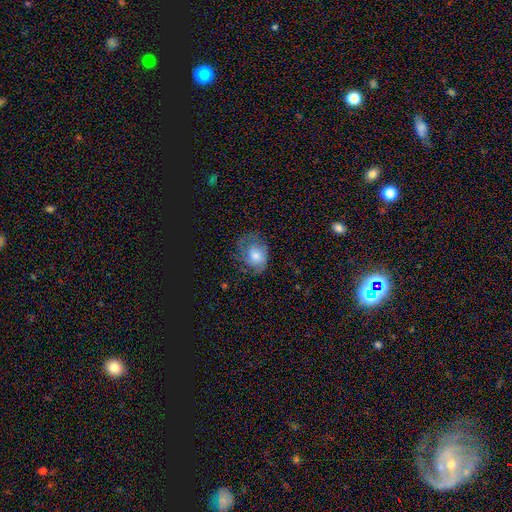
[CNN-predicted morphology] Smooth or featured? Predicted: smooth (p=0.51). How rounded? Predicted: in between (p=0.54). Merging? Predicted: none (p=0.50).